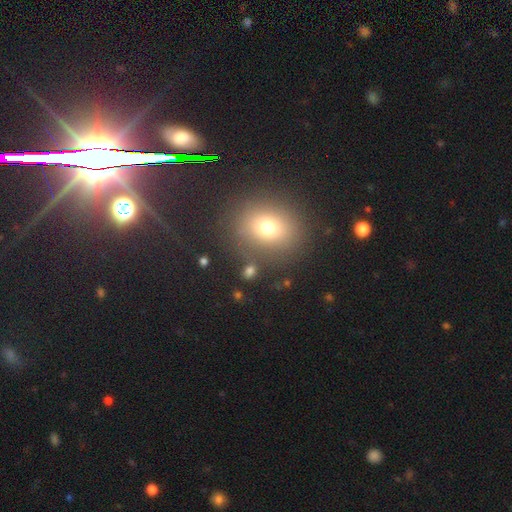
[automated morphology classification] This is possibly a smooth galaxy (51%). How rounded: likely round (65%). Merging: clearly none (86%).